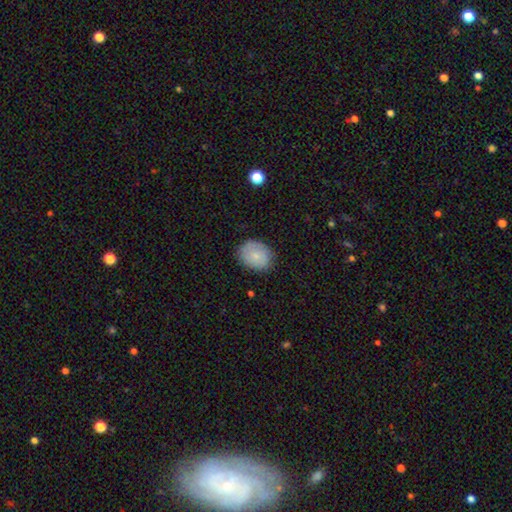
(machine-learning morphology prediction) Smooth or featured?
  - smooth: 74% *
  - featured or disk: 19%
  - star or artifact: 7%
How rounded?
  - in between: 55% *
  - round: 44%
  - cigar-shaped: 1%
Merging?
  - none: 81% *
  - minor disturbance: 15%
  - major disturbance: 3%
  - merger: 1%